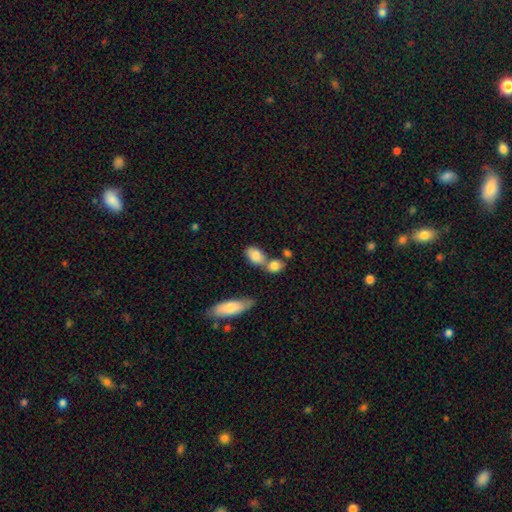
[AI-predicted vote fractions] This appears to be a smooth galaxy with no disk features (81%) that is in between round and cigar-shaped (82%). Merging: none (41%).